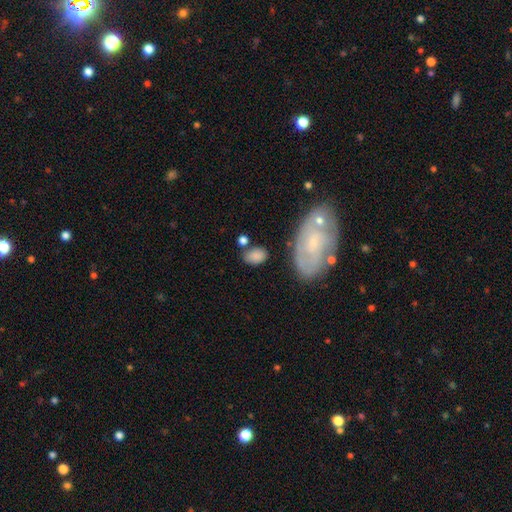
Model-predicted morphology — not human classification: Overall: smooth (82%). How rounded: in between (86%). Merging: none (66%).